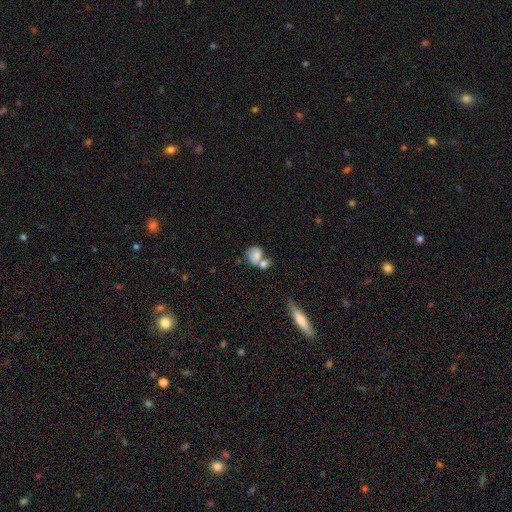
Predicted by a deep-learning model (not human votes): A smooth galaxy with no disk features (75%) that is round (53%).

Vote fractions:
- Smooth or featured? smooth: 75% / featured or disk: 17% / star or artifact: 8%
- How rounded? round: 53% / in between: 45% / cigar-shaped: 2%
- Merging? merger: 51% / none: 28% / minor disturbance: 13% / major disturbance: 7%